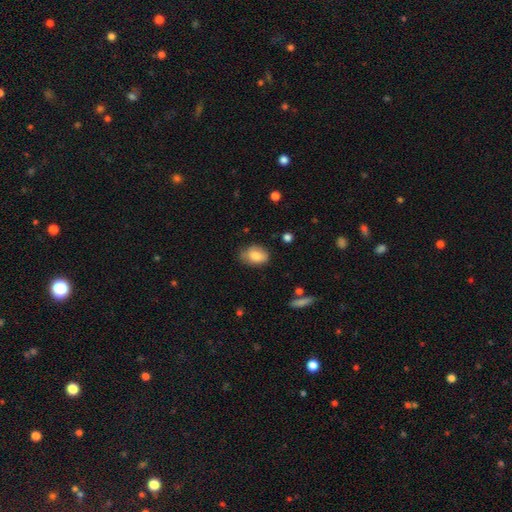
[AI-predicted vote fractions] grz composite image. It shows a smooth galaxy with no disk features (82%) that is in between round and cigar-shaped (78%). Merging: none (68%).